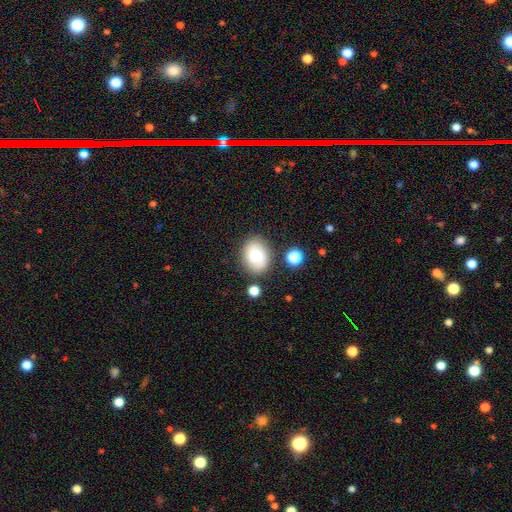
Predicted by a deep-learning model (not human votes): smooth 69%, featured or disk 21%, star or artifact 10%. Down the decision tree: how rounded — in between (52%); merging — none (80%).